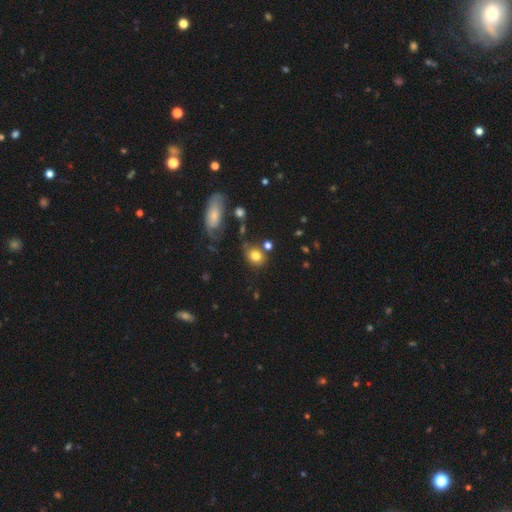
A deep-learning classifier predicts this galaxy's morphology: A smooth galaxy with no disk features (80%) that is round (59%). Merging: none (62%).